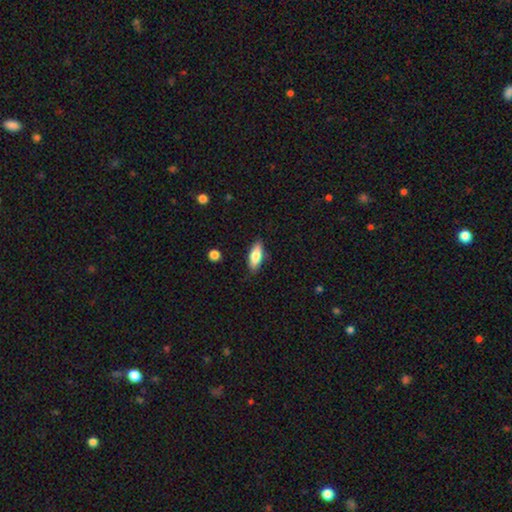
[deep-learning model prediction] smooth-or-featured: smooth: 77% | featured or disk: 17% | star or artifact: 6%
  how-rounded: in between: 72% | cigar-shaped: 25% | round: 2%
  merging: none: 85% | minor disturbance: 11% | major disturbance: 2% | merger: 1%